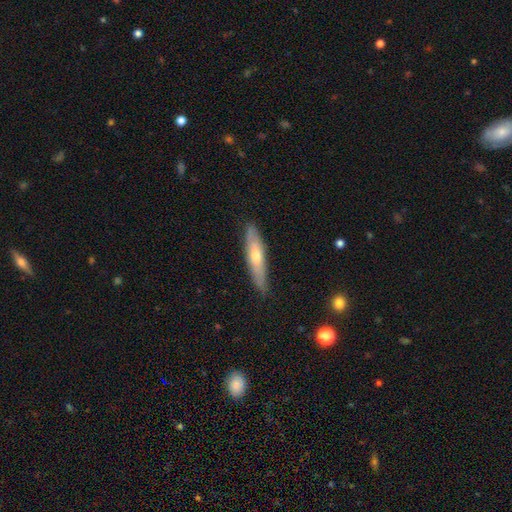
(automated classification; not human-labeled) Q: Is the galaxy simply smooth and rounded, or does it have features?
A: smooth — 50%.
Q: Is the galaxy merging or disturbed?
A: none — 84%.